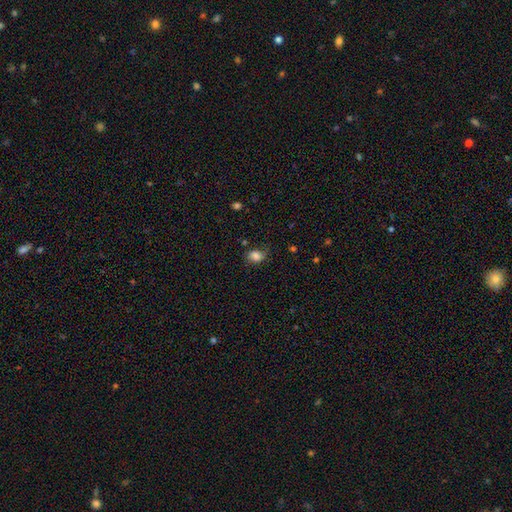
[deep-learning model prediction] This is clearly a smooth galaxy (81%). How rounded: likely in between (68%). Merging: likely none (63%).